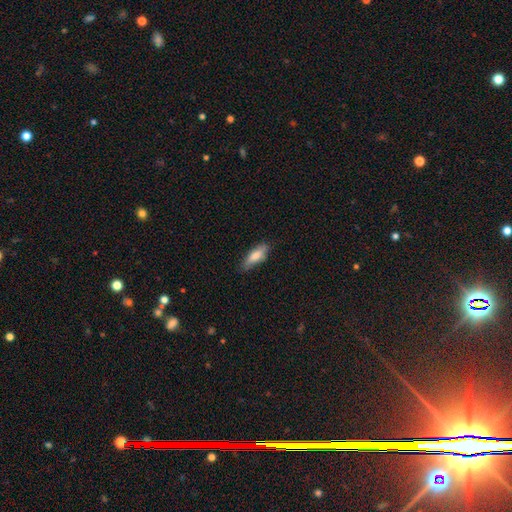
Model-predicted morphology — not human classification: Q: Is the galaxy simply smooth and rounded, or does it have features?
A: smooth — 78%.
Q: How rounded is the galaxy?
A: in between — 62%.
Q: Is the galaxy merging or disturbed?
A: none — 73%.